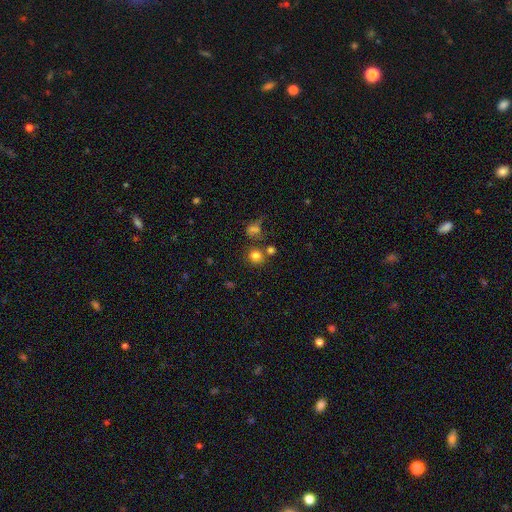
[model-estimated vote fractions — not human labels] smooth 77%, star or artifact 16%, featured or disk 7%. Down the decision tree: how rounded — round (86%); merging — none (70%).